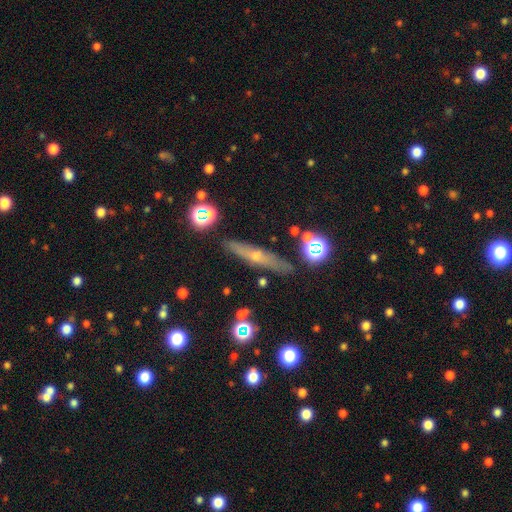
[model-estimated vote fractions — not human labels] A featured or disk galaxy (51%) viewed edge-on (86%). Merging: none (85%).